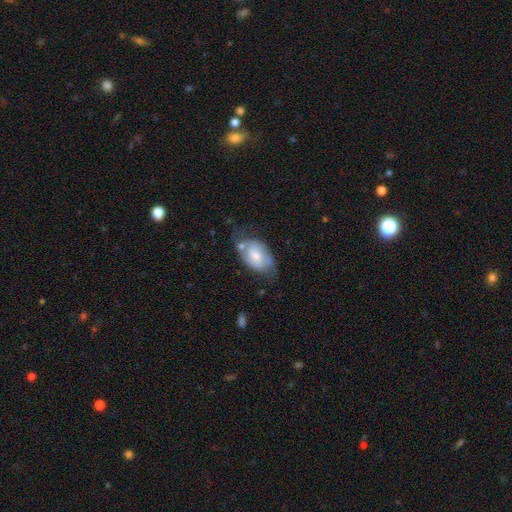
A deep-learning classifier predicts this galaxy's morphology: Smooth or featured?
  - smooth: 51% *
  - featured or disk: 42%
  - star or artifact: 7%
How rounded?
  - in between: 88% *
  - round: 11%
  - cigar-shaped: 1%
Merging?
  - none: 41% *
  - minor disturbance: 31%
  - major disturbance: 17%
  - merger: 10%